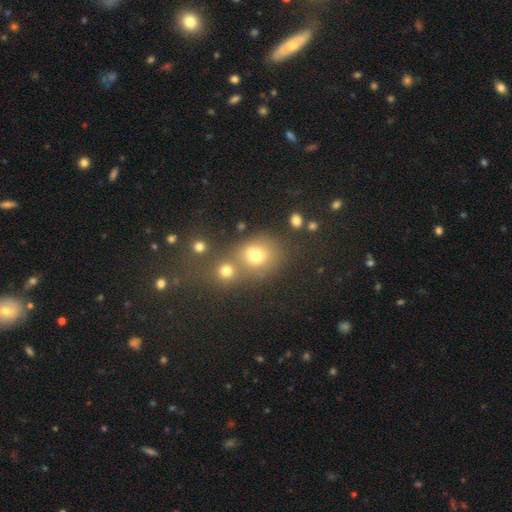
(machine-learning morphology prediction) type=smooth (67%); roundness=round (65%); merging=none (43%).